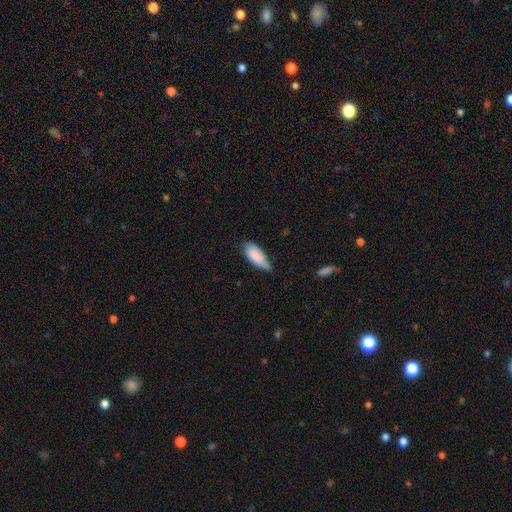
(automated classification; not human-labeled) Smooth or featured? Predicted: smooth (p=0.85). How rounded? Predicted: in between (p=0.80). Merging? Predicted: none (p=0.56).